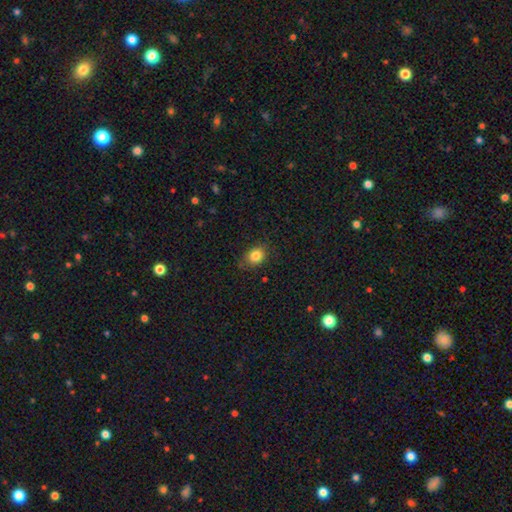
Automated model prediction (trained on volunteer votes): A smooth galaxy with no disk features (83%) that is round (53%). Merging: none (81%).